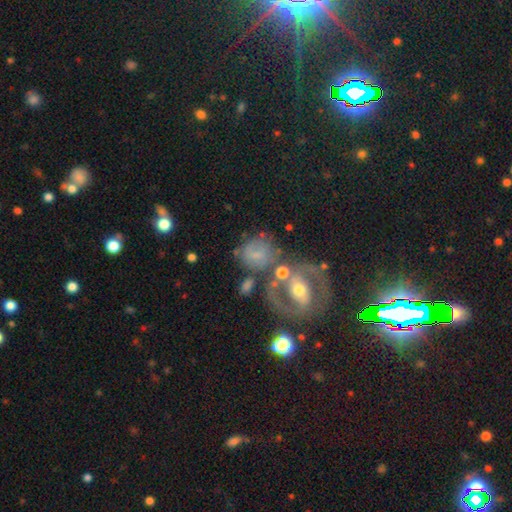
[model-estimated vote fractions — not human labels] This is possibly a featured or disk galaxy (50%). Merging: possibly none (47%).